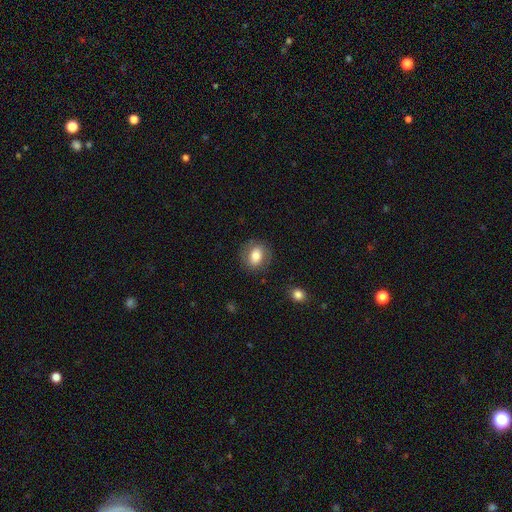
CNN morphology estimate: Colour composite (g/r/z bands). It shows a smooth galaxy with no disk features (74%) that is in between round and cigar-shaped (50%). Merging: none (80%).